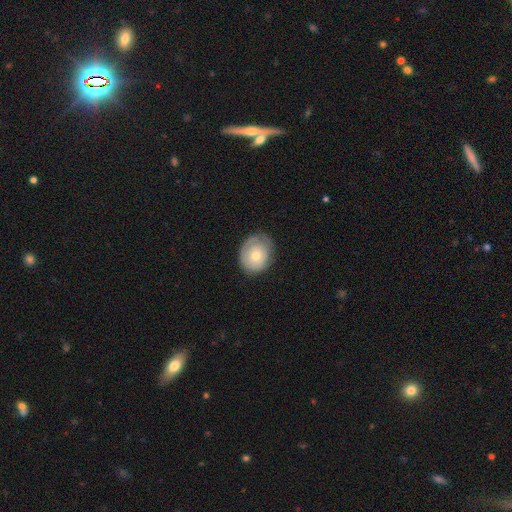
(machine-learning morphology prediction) This appears to be a smooth galaxy with no disk features (59%) that is round (57%). Merging: none (71%).